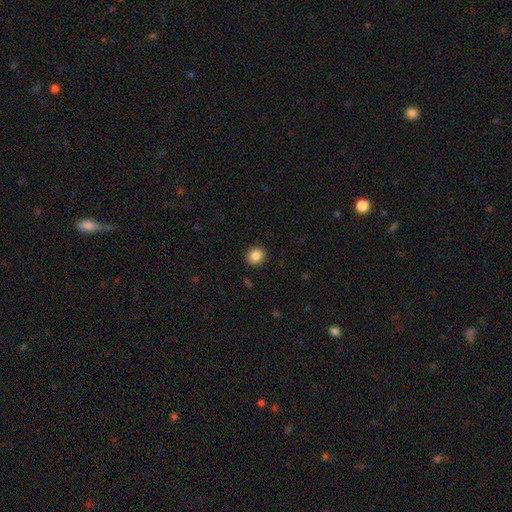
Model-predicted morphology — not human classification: Smooth or featured? smooth (85%)
How rounded? round (80%)
Merging? none (91%)